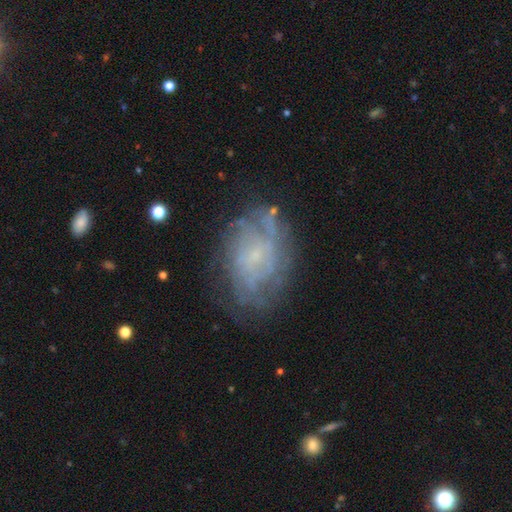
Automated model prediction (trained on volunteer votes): smooth_or_featured: featured or disk (p=0.68) [alt: smooth p=0.22]
disk_edge_on: no (p=0.97) [alt: yes p=0.03]
bar: no (p=0.73) [alt: weak p=0.24]
has_spiral_arms: yes (p=0.72) [alt: no p=0.28]
bulge_size: small (p=0.68) [alt: none p=0.18]
merging: none (p=0.67) [alt: minor disturbance p=0.20]